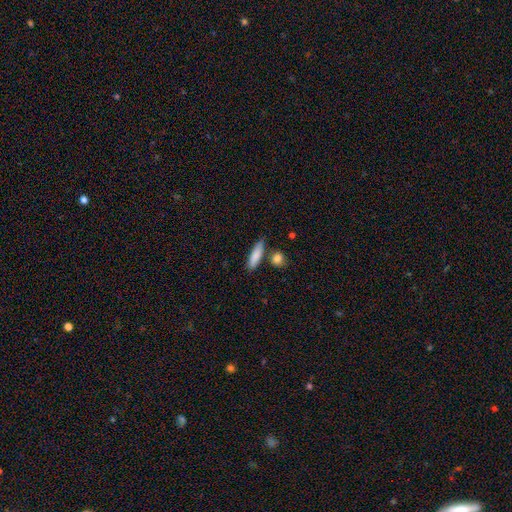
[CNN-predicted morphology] type=smooth (84%); roundness=cigar-shaped (62%); merging=none (74%).